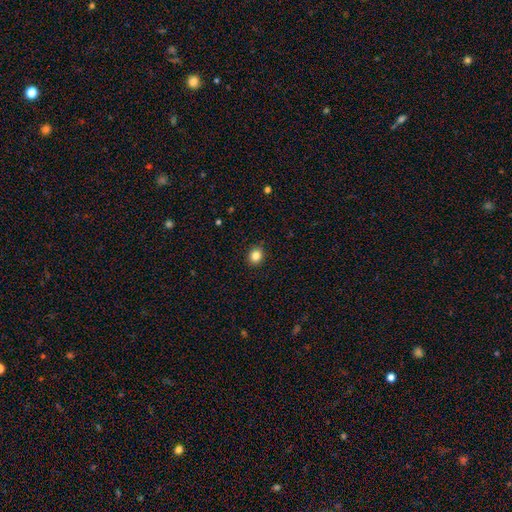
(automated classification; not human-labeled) Morphology: type=smooth (84%); roundness=round (76%); merging=none (91%).